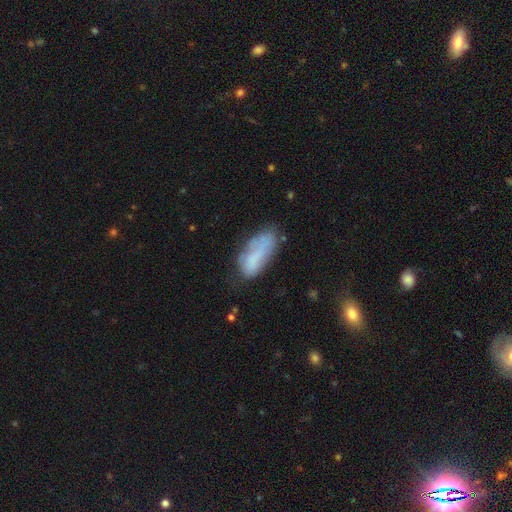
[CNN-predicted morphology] Q: Smooth or featured?
A: smooth (64%); runner-up: featured or disk (27%)
Q: How rounded?
A: in between (76%); runner-up: cigar-shaped (21%)
Q: Merging?
A: none (46%); runner-up: minor disturbance (31%)